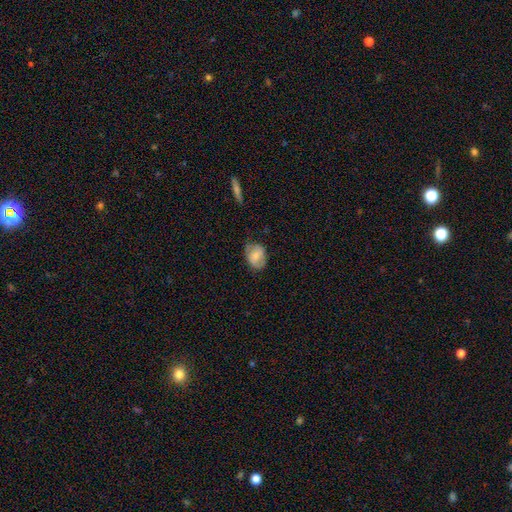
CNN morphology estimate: This is likely a smooth galaxy (67%). How rounded: likely in between (68%). Merging: likely none (64%).